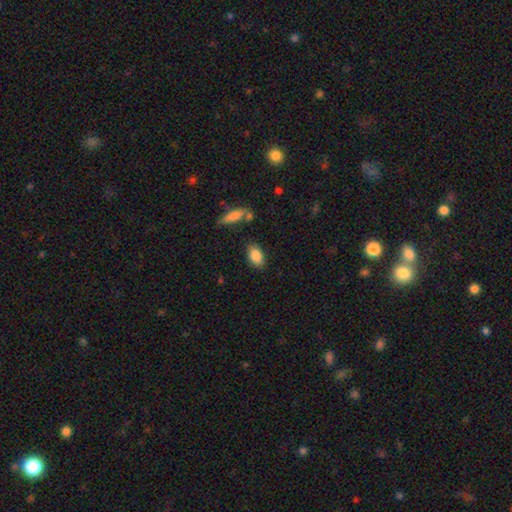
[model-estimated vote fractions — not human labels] This appears to be a smooth galaxy with no disk features (86%) that is in between round and cigar-shaped (91%). Merging: none (81%).